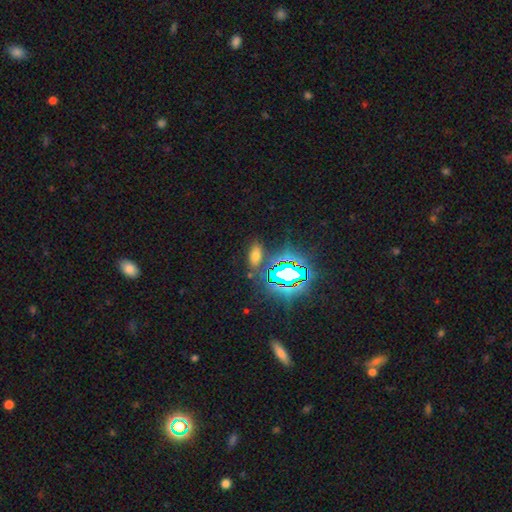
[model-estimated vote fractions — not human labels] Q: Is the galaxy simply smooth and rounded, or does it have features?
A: smooth — 51%.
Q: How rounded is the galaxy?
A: in between — 85%.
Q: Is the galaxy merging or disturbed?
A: none — 80%.